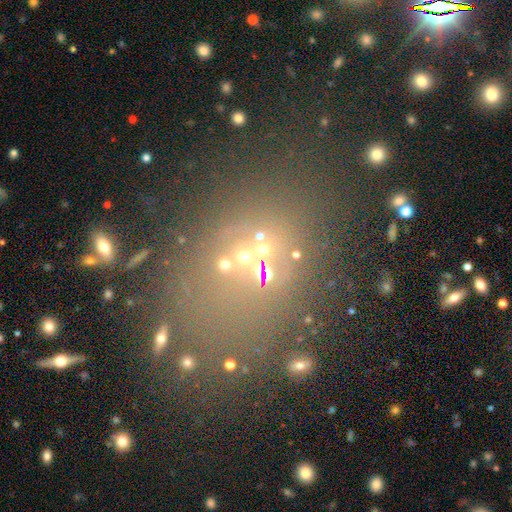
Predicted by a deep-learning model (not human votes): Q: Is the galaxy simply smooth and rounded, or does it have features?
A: star or artifact — 51%.